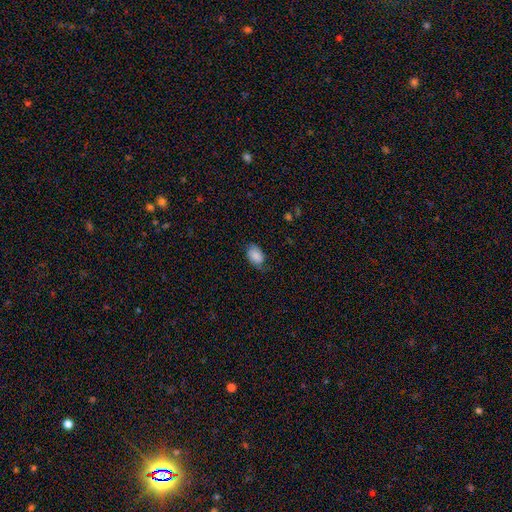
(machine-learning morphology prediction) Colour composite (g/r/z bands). It shows a smooth galaxy with no disk features (74%) that is in between round and cigar-shaped (86%). Merging: none (56%).